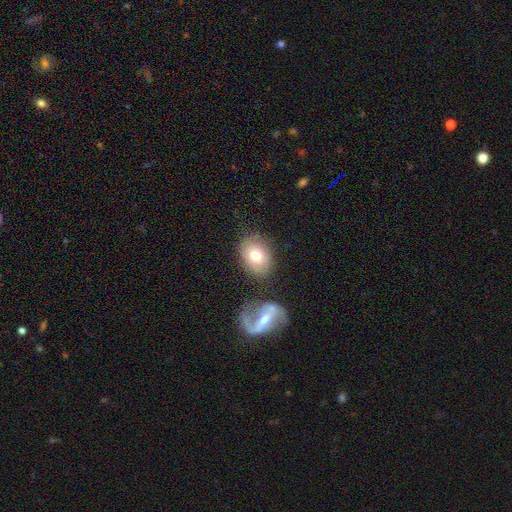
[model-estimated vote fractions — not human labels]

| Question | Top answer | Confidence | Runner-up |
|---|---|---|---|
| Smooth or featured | smooth | 70% | featured or disk (22%) |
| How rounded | in between | 66% | round (33%) |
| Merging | none | 71% | minor disturbance (15%) |